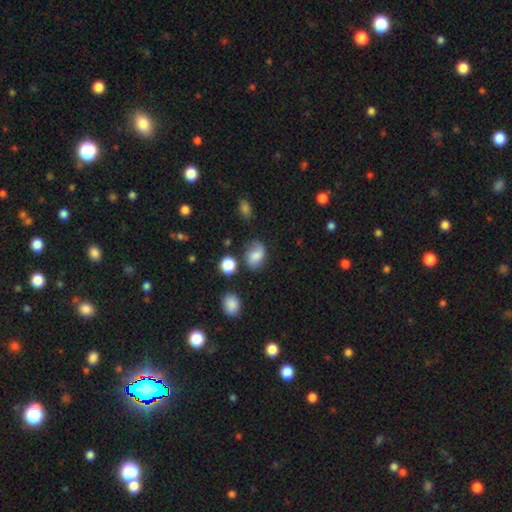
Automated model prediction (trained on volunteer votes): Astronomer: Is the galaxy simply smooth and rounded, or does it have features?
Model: smooth — 68%.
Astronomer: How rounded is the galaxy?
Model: in between — 74%.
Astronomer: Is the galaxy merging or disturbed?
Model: none — 60%.